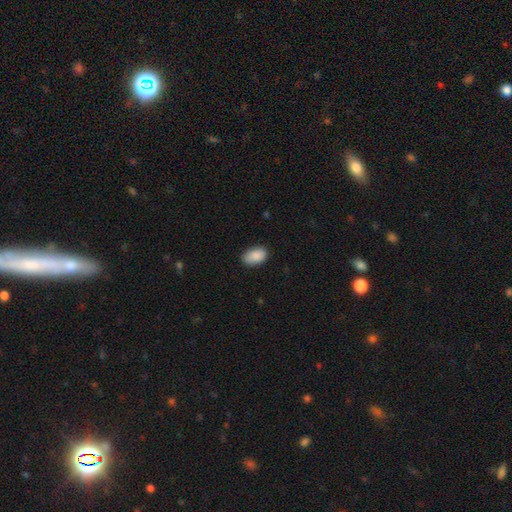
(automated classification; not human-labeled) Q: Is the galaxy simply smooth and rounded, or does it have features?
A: smooth — 89%.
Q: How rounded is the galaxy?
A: in between — 92%.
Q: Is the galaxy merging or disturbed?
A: none — 84%.